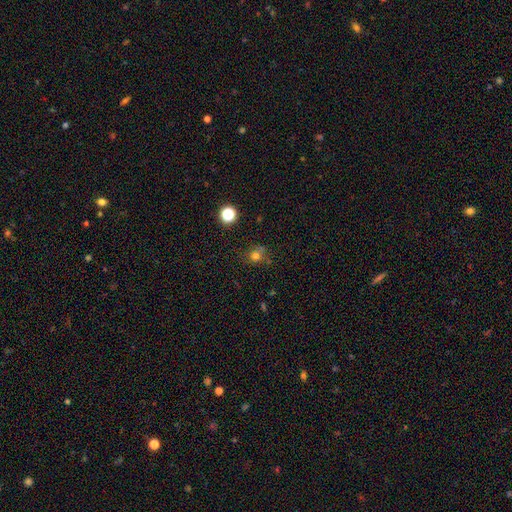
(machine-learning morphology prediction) Smooth or featured?
  - smooth: 71% *
  - star or artifact: 20%
  - featured or disk: 9%
How rounded?
  - round: 82% *
  - in between: 17%
  - cigar-shaped: 1%
Merging?
  - none: 64% *
  - minor disturbance: 19%
  - merger: 9%
  - major disturbance: 8%